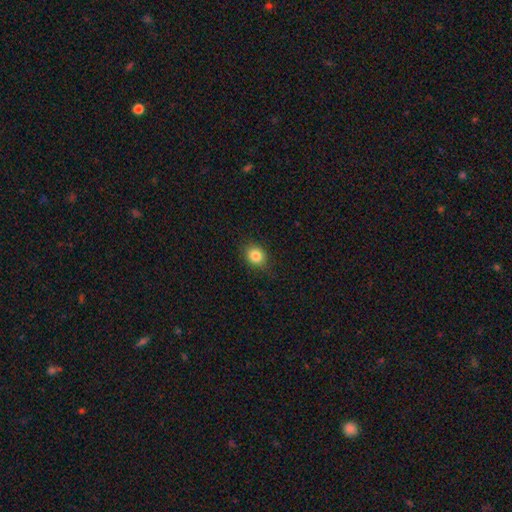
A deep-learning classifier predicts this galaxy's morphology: smooth_or_featured: smooth (p=0.84) [alt: star or artifact p=0.10]
how_rounded: round (p=0.64) [alt: in between p=0.35]
merging: none (p=0.83) [alt: minor disturbance p=0.13]